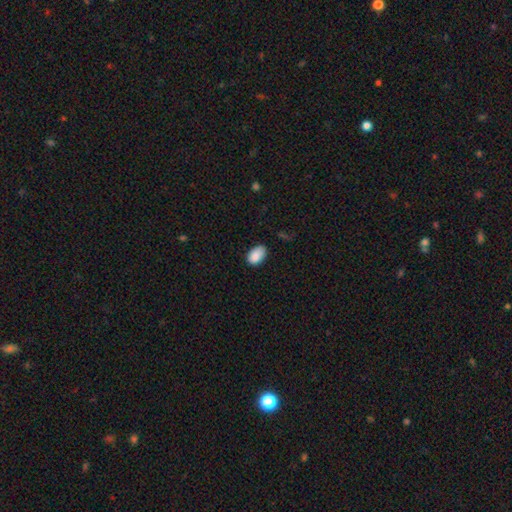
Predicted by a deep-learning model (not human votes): Smooth or featured? Predicted: smooth (p=0.89). How rounded? Predicted: in between (p=0.91). Merging? Predicted: none (p=0.76).